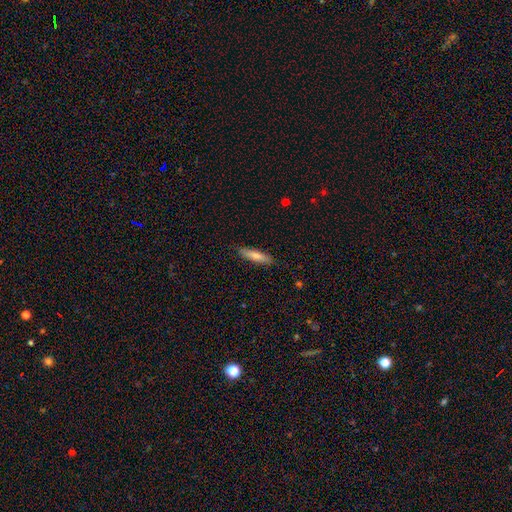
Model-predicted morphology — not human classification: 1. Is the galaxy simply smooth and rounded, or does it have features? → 59% smooth, 33% featured or disk, 8% star or artifact.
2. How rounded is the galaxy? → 81% cigar-shaped, 17% in between, 2% round.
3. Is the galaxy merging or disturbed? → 88% none, 9% minor disturbance, 2% major disturbance, 1% merger.